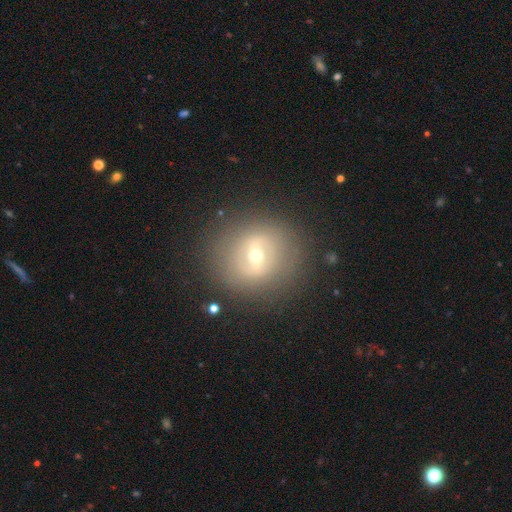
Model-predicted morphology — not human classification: smooth-or-featured: featured or disk: 61% | smooth: 28% | star or artifact: 10%
  disk-edge-on: no: 94% | yes: 6%
    bar: weak: 46% | strong: 35% | no: 20%
    has-spiral-arms: no: 52% | yes: 48%
    bulge-size: moderate: 48% | small: 47% | large: 3% | dominant: 1% | none: 1%
  merging: none: 84% | minor disturbance: 10% | major disturbance: 5% | merger: 1%